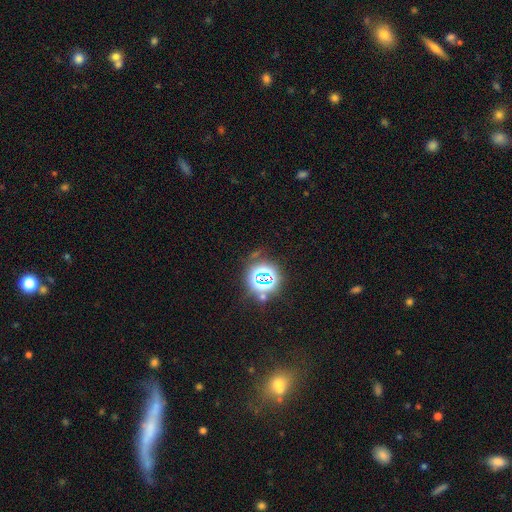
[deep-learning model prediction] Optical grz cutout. It shows a star or artifact, not a galaxy (73%).